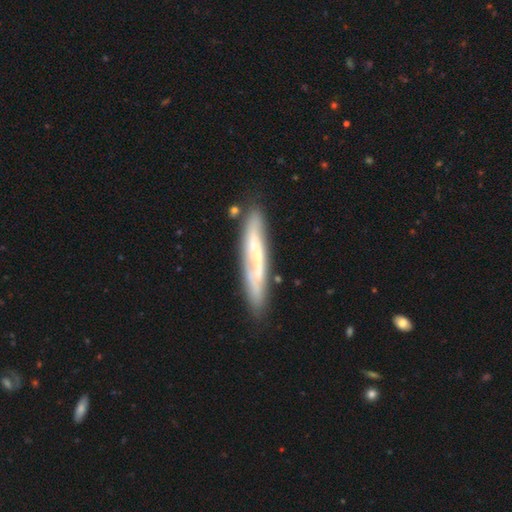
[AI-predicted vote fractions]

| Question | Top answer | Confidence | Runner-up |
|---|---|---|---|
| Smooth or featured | featured or disk | 60% | smooth (33%) |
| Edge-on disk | yes | 59% | no (41%) |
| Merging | none | 78% | minor disturbance (15%) |